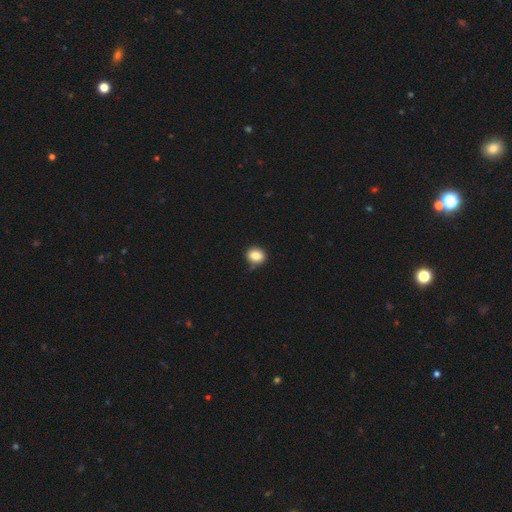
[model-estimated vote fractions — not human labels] Smooth or featured? Predicted: smooth (p=0.84). How rounded? Predicted: round (p=0.64). Merging? Predicted: none (p=0.84).